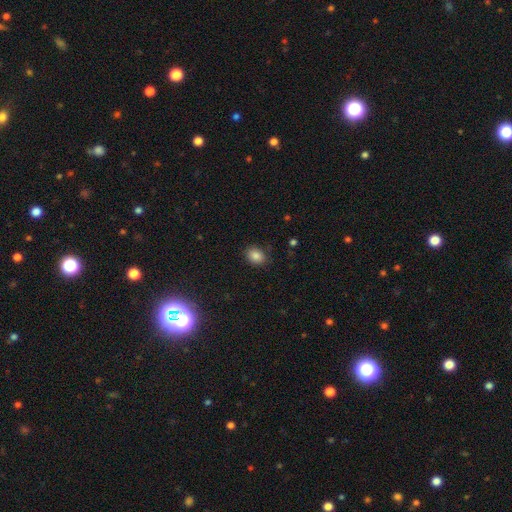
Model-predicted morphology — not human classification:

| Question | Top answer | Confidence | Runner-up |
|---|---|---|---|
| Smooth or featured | smooth | 84% | star or artifact (11%) |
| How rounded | in between | 58% | round (41%) |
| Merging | none | 84% | minor disturbance (12%) |